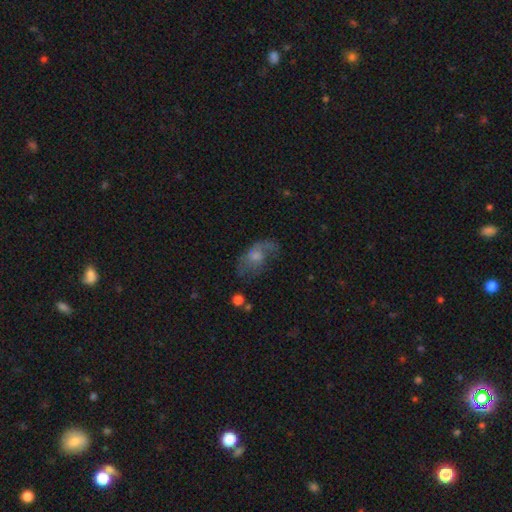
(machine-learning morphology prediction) This is possibly a featured or disk galaxy (53%). It is clearly not viewed edge-on (94%). Merging: possibly none (48%).